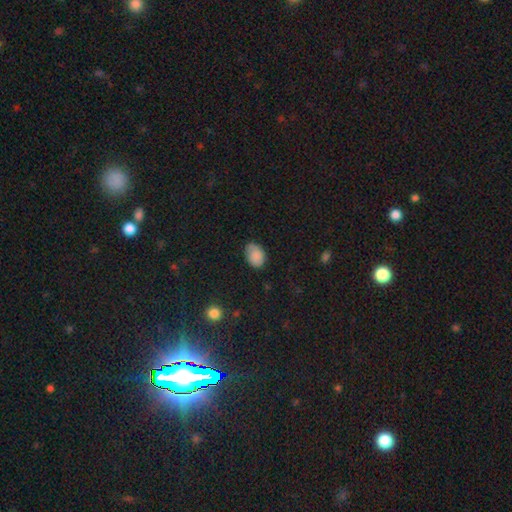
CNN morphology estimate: This appears to be a smooth galaxy with no disk features (84%) that is in between round and cigar-shaped (80%). Merging: none (69%).